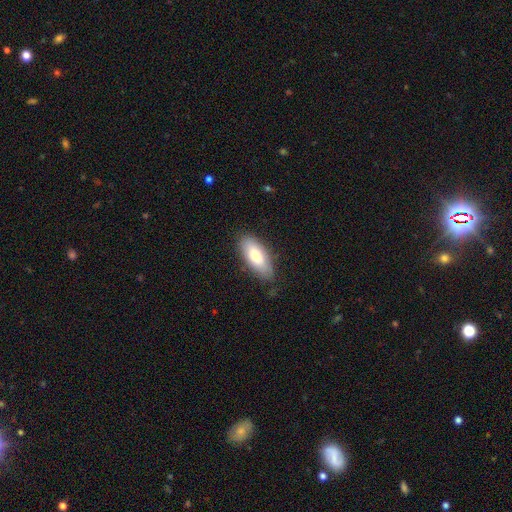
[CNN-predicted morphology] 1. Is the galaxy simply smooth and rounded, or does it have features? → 74% smooth, 20% featured or disk, 6% star or artifact.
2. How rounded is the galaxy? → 82% in between, 15% cigar-shaped, 2% round.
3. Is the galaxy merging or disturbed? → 82% none, 14% minor disturbance, 3% major disturbance, 1% merger.